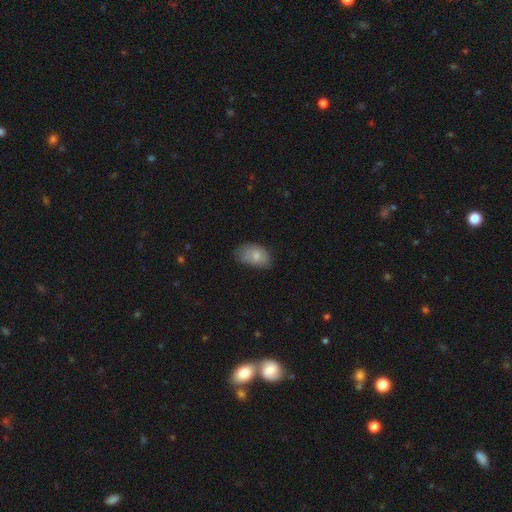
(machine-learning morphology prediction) Smooth or featured? smooth (73%)
How rounded? in between (90%)
Merging? none (57%)